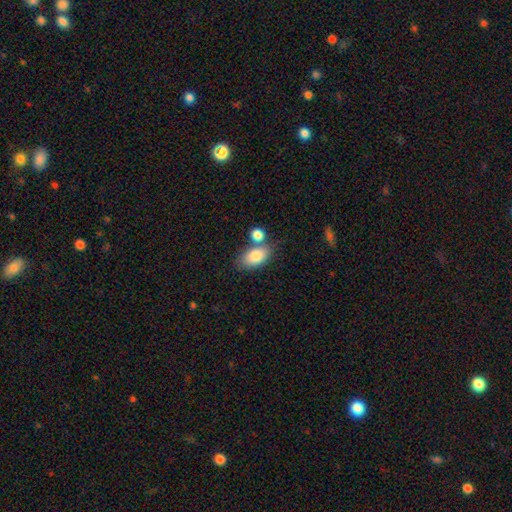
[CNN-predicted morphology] smooth_or_featured: smooth (p=0.82) [alt: featured or disk p=0.11]
how_rounded: in between (p=0.89) [alt: round p=0.08]
merging: none (p=0.55) [alt: merger p=0.28]